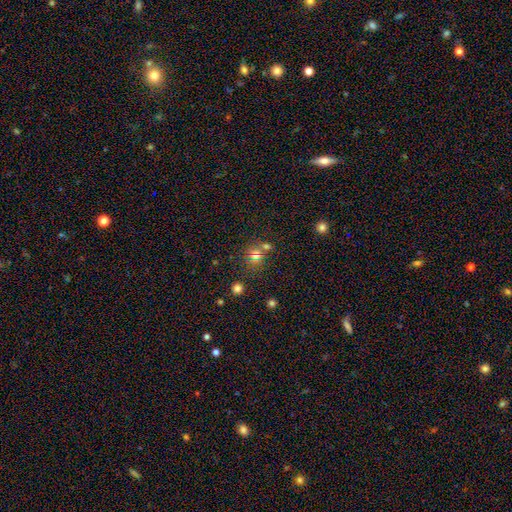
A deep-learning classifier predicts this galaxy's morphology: Smooth or featured: smooth — 55% (star or artifact — 32%)
How rounded: round — 80% (in between — 19%)
Merging: none — 61% (merger — 26%)